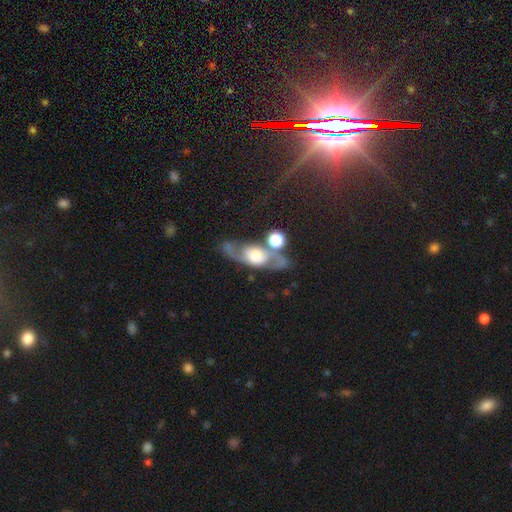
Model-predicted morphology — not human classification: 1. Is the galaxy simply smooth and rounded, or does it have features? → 74% featured or disk, 19% smooth, 7% star or artifact.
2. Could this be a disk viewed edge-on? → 75% no, 25% yes.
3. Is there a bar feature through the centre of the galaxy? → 66% no, 25% weak, 9% strong.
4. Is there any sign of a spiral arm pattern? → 81% yes, 19% no.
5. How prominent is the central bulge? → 50% large, 32% moderate, 8% small, 7% dominant, 3% none.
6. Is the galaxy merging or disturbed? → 62% none, 16% minor disturbance, 13% merger, 9% major disturbance.